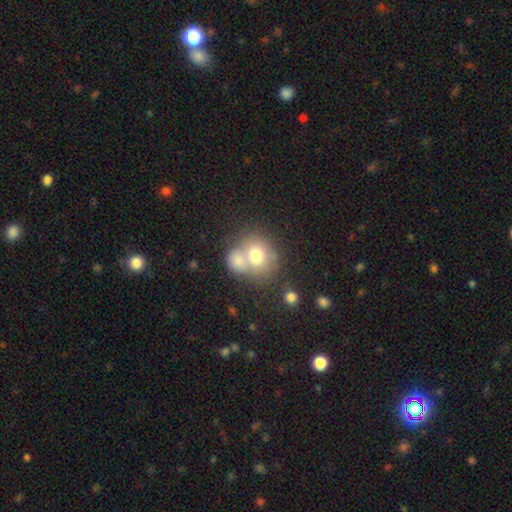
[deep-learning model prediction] Overall: smooth (71%). How rounded: round (70%). Merging: merger (54%; none 32%).